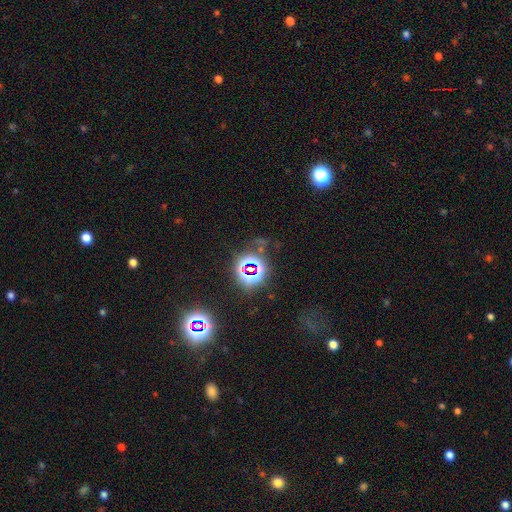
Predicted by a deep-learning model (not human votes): smooth_or_featured: star or artifact (p=0.79) [alt: smooth p=0.13]